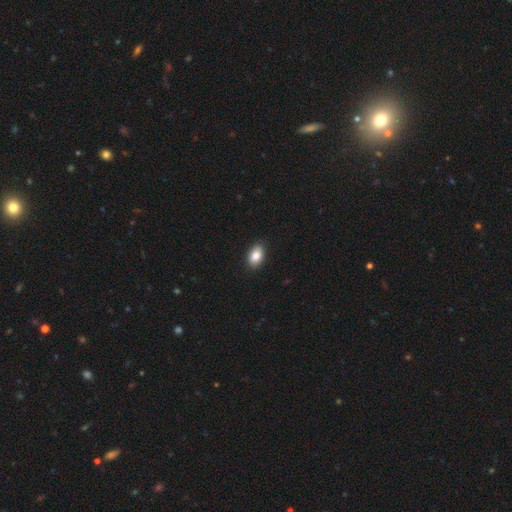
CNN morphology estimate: A smooth galaxy with no disk features (86%) that is in between round and cigar-shaped (90%).

Vote fractions:
- Smooth or featured? smooth: 86% / star or artifact: 7% / featured or disk: 6%
- How rounded? in between: 90% / round: 8% / cigar-shaped: 2%
- Merging? none: 88% / minor disturbance: 9% / major disturbance: 2% / merger: 1%